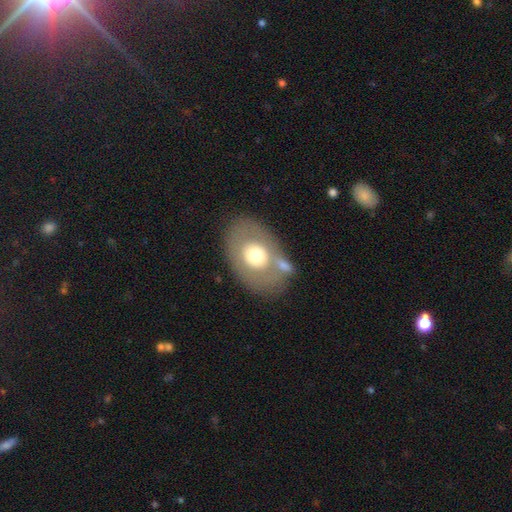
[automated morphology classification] Overall: smooth (56%; featured or disk 37%). How rounded: in between (79%). Merging: none (67%).